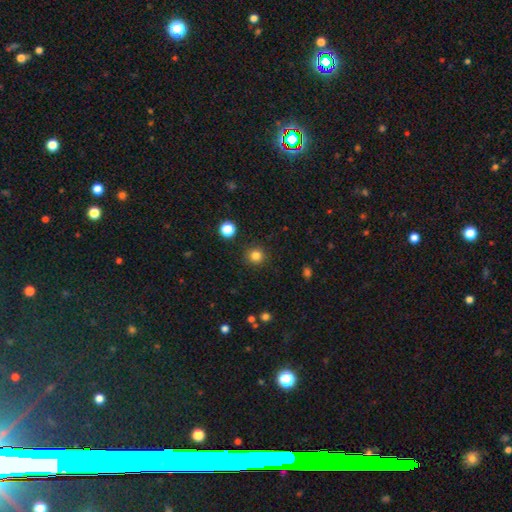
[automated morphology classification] Smooth or featured? smooth (83%)
How rounded? round (94%)
Merging? none (91%)